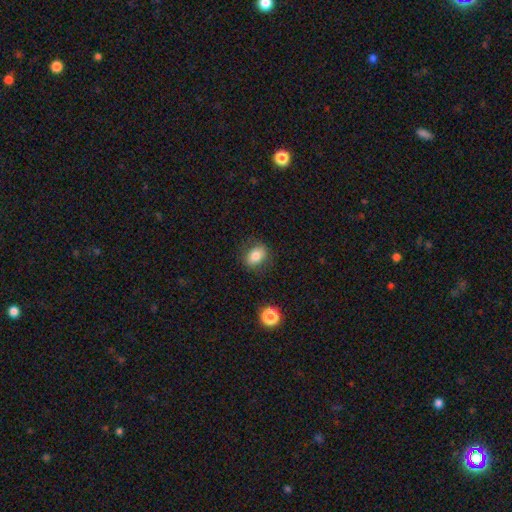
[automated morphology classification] A smooth galaxy with no disk features (79%) that is in between round and cigar-shaped (78%).

Vote fractions:
- Smooth or featured? smooth: 79% / featured or disk: 11% / star or artifact: 10%
- How rounded? in between: 78% / round: 20% / cigar-shaped: 2%
- Merging? none: 82% / minor disturbance: 13% / major disturbance: 4% / merger: 2%